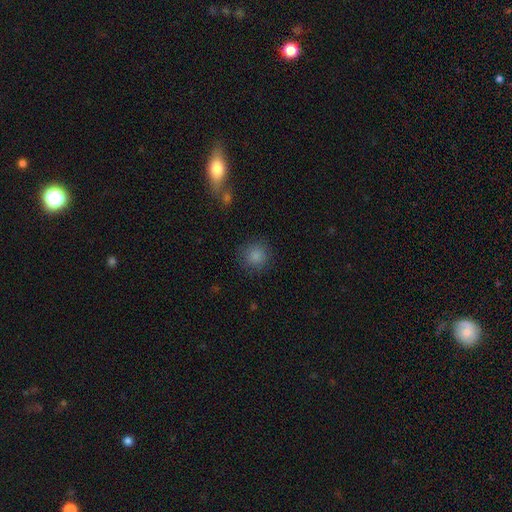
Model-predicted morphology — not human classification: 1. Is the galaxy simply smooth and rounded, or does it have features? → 86% smooth, 10% star or artifact, 4% featured or disk.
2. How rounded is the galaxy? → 92% round, 7% in between, 1% cigar-shaped.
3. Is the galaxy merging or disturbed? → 87% none, 9% minor disturbance, 3% major disturbance, 1% merger.